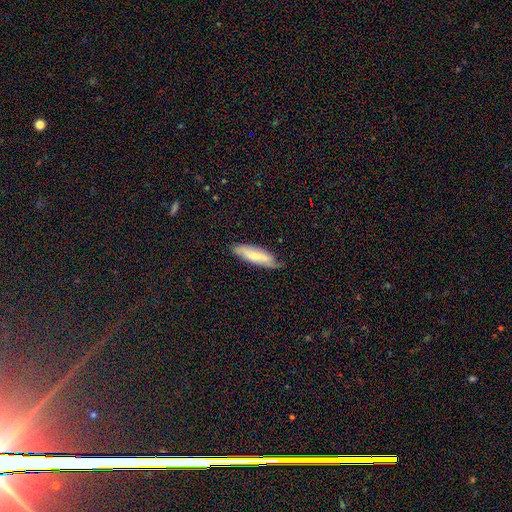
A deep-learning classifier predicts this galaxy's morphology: Smooth or featured? smooth (59%)
How rounded? cigar-shaped (57%)
Merging? none (70%)